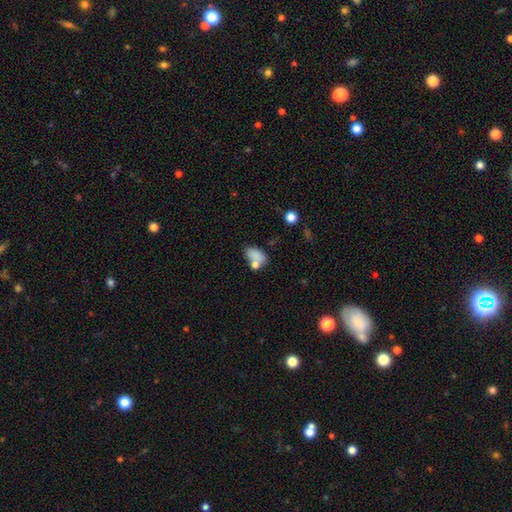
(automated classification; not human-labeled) smooth 80%, featured or disk 10%, star or artifact 10%. Down the decision tree: how rounded — in between (87%); merging — none (48%).